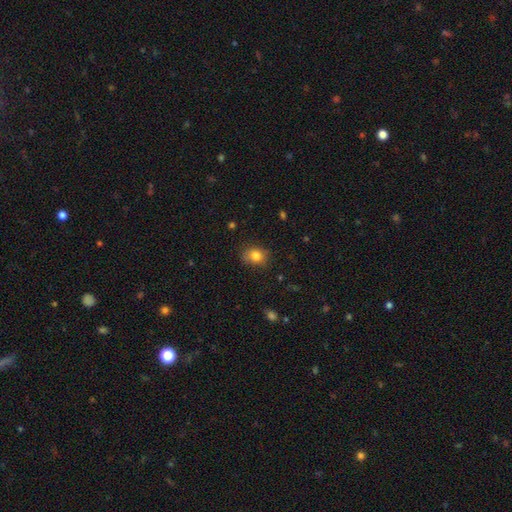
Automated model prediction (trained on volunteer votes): Smooth or featured? Predicted: smooth (p=0.83). How rounded? Predicted: round (p=0.57). Merging? Predicted: none (p=0.75).